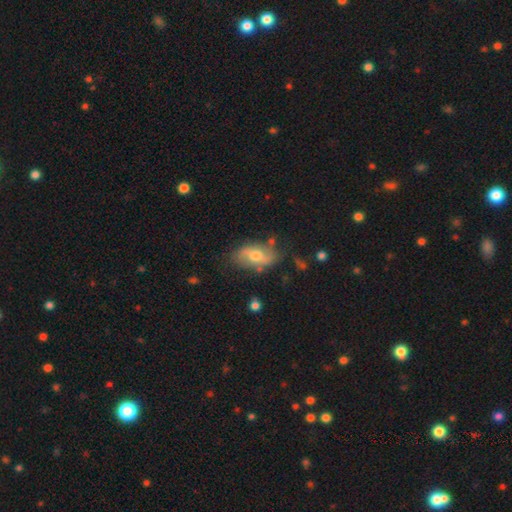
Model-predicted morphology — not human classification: Overall: featured or disk (57%; smooth 36%). Edge-on disk: no (91%). Bar: no (42%; weak 40%). Spiral arms: yes (72%). Bulge size: moderate (72%). Merging: none (69%).